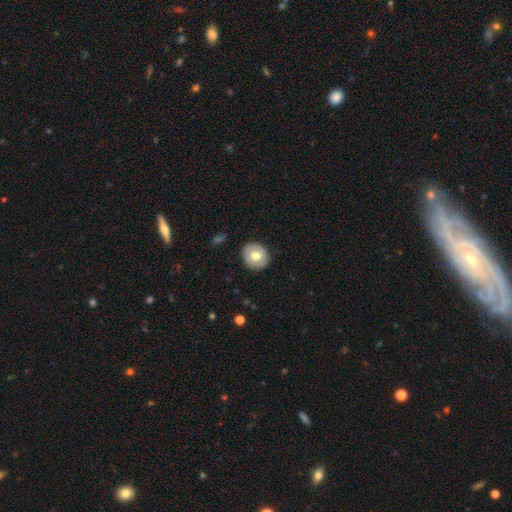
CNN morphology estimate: The model was most divided on "smooth or featured": smooth: 67%, featured or disk: 26%, star or artifact: 7%. More confident: merging — none (87%); how rounded — round (81%).